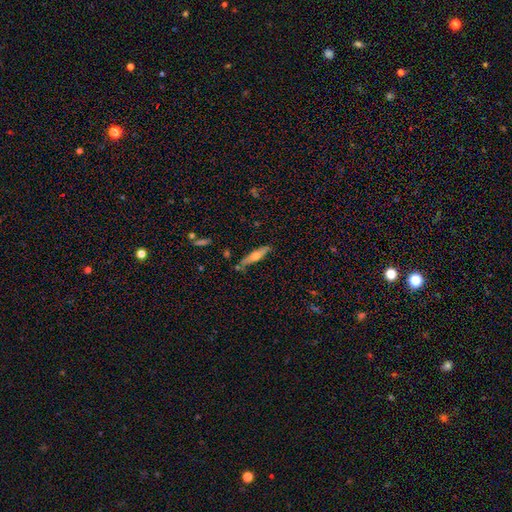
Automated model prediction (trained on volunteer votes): A smooth galaxy with no disk features (51%) that is cigar-shaped (80%).

Vote fractions:
- Smooth or featured? smooth: 51% / featured or disk: 42% / star or artifact: 6%
- How rounded? cigar-shaped: 80% / in between: 19% / round: 2%
- Merging? none: 77% / minor disturbance: 15% / merger: 5% / major disturbance: 3%